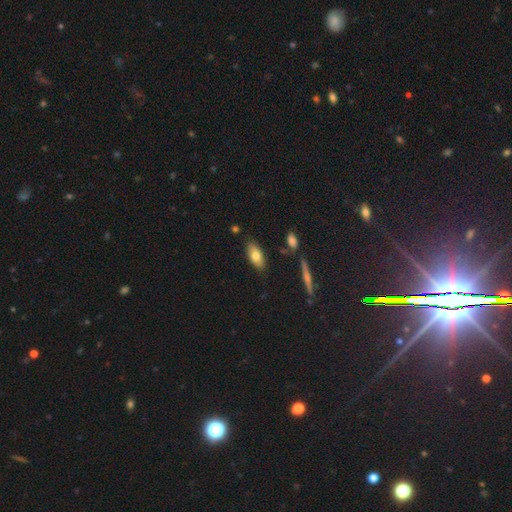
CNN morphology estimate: A smooth galaxy with no disk features (76%) that is in between round and cigar-shaped (85%). Merging: none (82%).